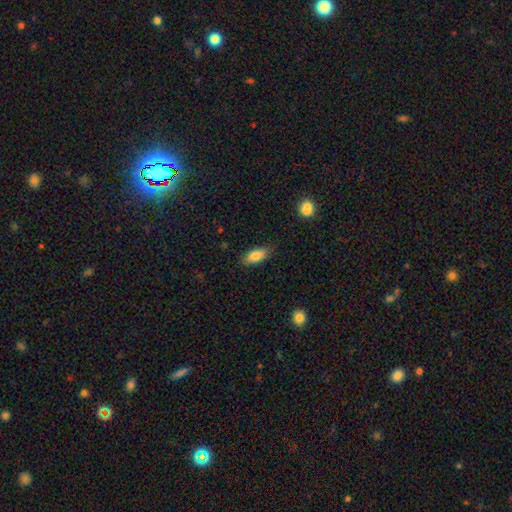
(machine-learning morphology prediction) A smooth galaxy with no disk features (84%) that is in between round and cigar-shaped (81%). Merging: none (84%).